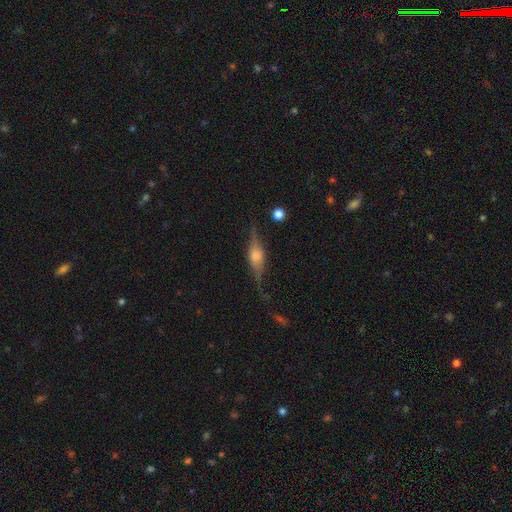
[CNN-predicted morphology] type=featured or disk (72%); edge-on=yes (94%); edge-on bulge=rounded (83%); merging=none (70%).